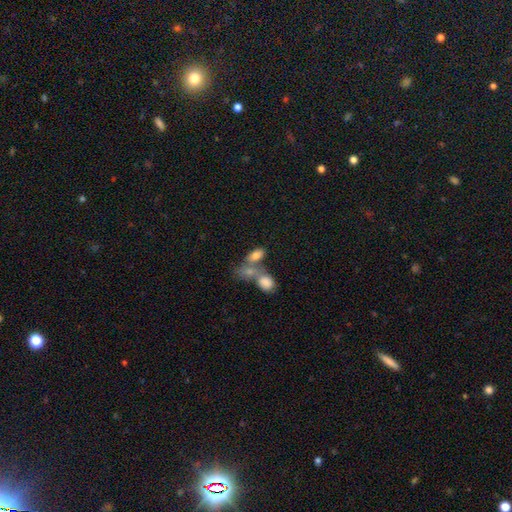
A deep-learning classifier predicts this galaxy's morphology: Smooth or featured: smooth — 76% (featured or disk — 15%)
How rounded: in between — 87% (round — 7%)
Merging: merger — 55% (none — 30%)